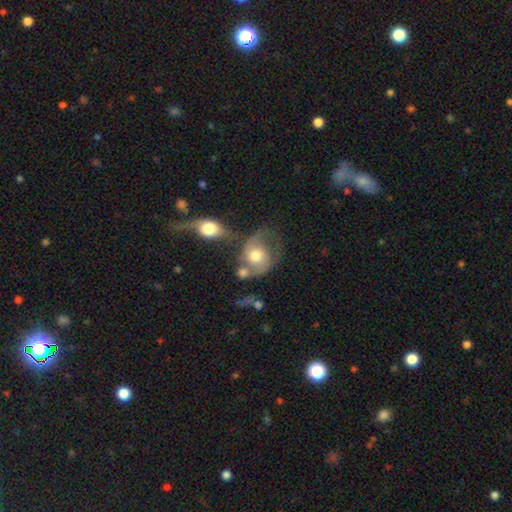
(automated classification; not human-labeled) Smooth or featured? featured or disk (51%)
Edge-on disk? no (95%)
Merging? merger (31%)